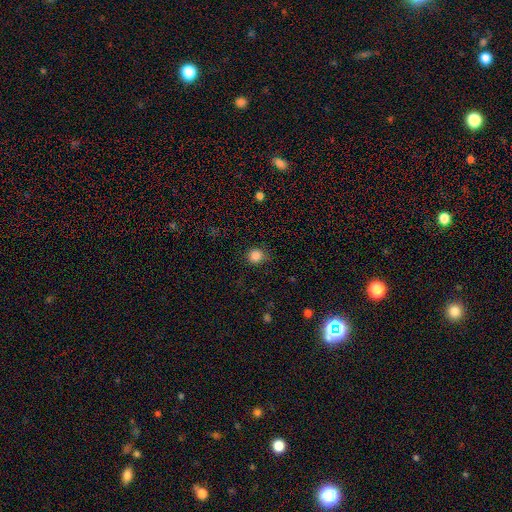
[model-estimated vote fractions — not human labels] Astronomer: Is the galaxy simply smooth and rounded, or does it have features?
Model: smooth — 85%.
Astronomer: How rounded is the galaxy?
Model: round — 88%.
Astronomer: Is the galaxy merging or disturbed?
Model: none — 82%.